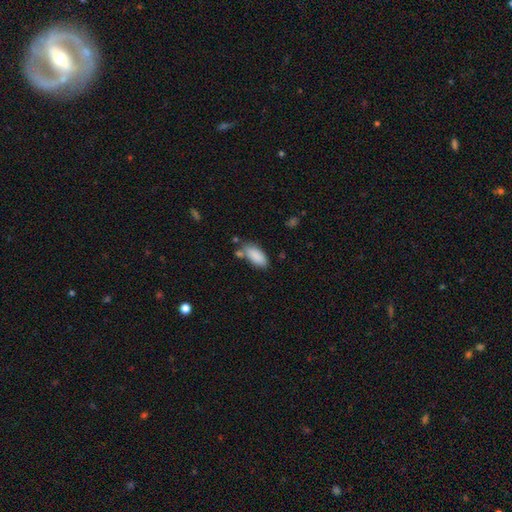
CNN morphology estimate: A smooth galaxy with no disk features (88%) that is in between round and cigar-shaped (89%). Merging: none (65%).